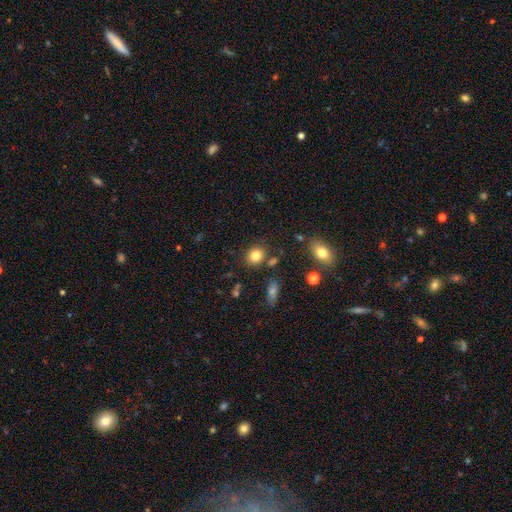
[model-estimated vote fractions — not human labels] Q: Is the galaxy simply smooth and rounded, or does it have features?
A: smooth — 83%.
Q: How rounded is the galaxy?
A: round — 62%.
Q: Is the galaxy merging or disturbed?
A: none — 80%.